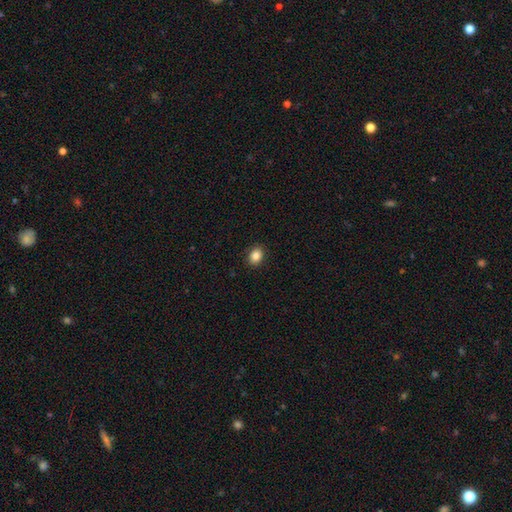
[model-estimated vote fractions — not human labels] smooth-or-featured: smooth: 86% | star or artifact: 9% | featured or disk: 5%
  how-rounded: in between: 58% | round: 42% | cigar-shaped: 1%
  merging: none: 90% | minor disturbance: 7% | major disturbance: 2% | merger: 1%